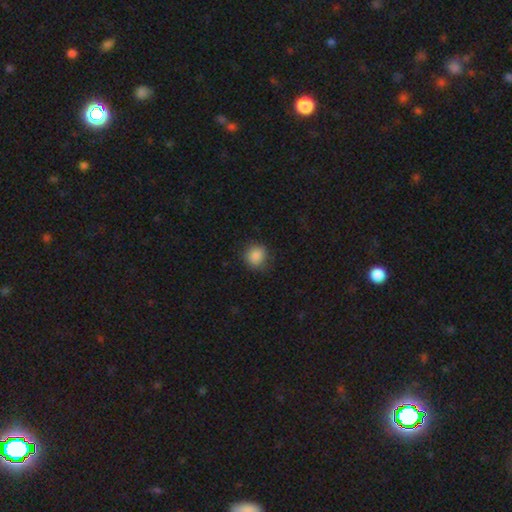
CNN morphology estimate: type=smooth (86%); roundness=round (88%); merging=none (82%).